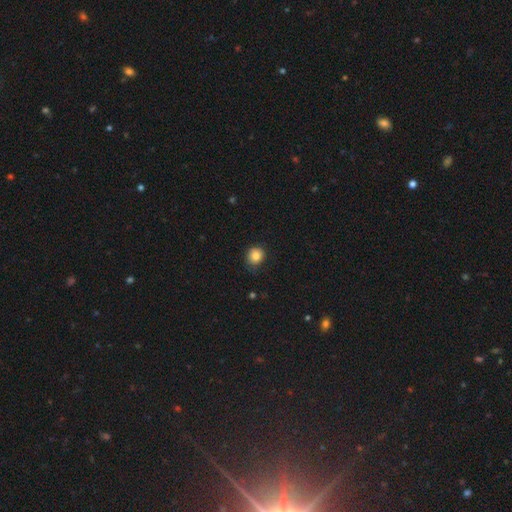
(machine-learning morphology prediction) Smooth or featured: smooth — 83% (star or artifact — 10%)
How rounded: round — 83% (in between — 17%)
Merging: none — 75% (minor disturbance — 20%)